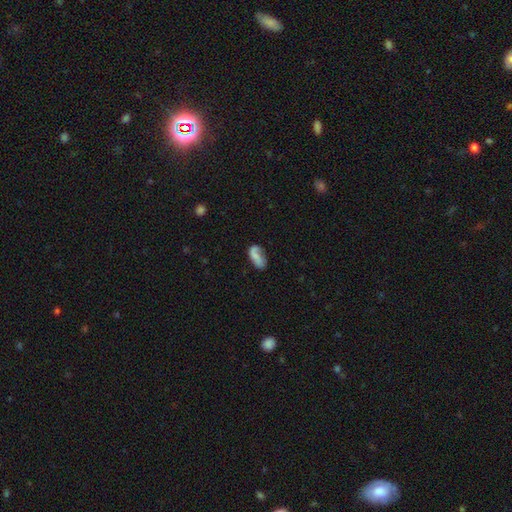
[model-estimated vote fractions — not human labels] Q: Smooth or featured?
A: smooth (60%); runner-up: featured or disk (31%)
Q: How rounded?
A: in between (89%); runner-up: cigar-shaped (7%)
Q: Merging?
A: none (51%); runner-up: minor disturbance (28%)